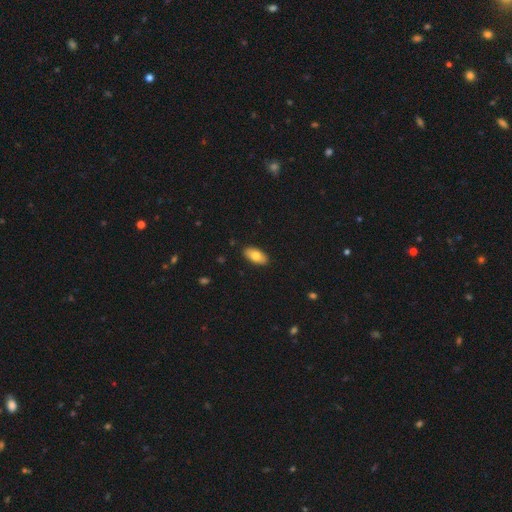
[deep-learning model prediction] A smooth galaxy with no disk features (77%) that is in between round and cigar-shaped (91%). Merging: none (89%).